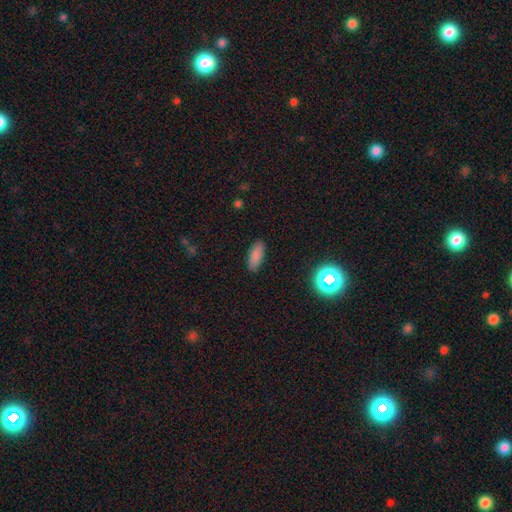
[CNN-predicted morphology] Q: Smooth or featured?
A: smooth (86%); runner-up: star or artifact (9%)
Q: How rounded?
A: in between (75%); runner-up: cigar-shaped (23%)
Q: Merging?
A: none (88%); runner-up: minor disturbance (8%)